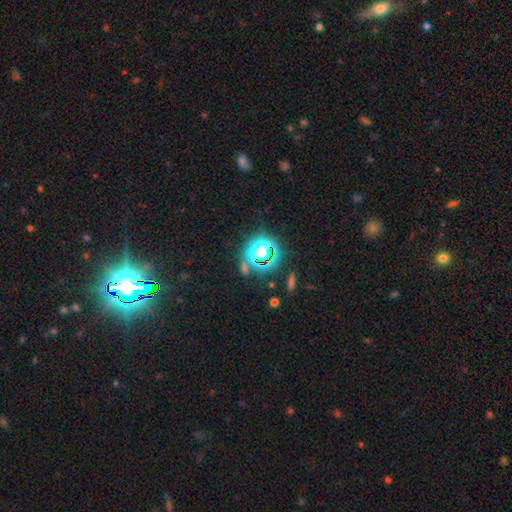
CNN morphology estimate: This is clearly a star or artifact rather than a galaxy (81%).